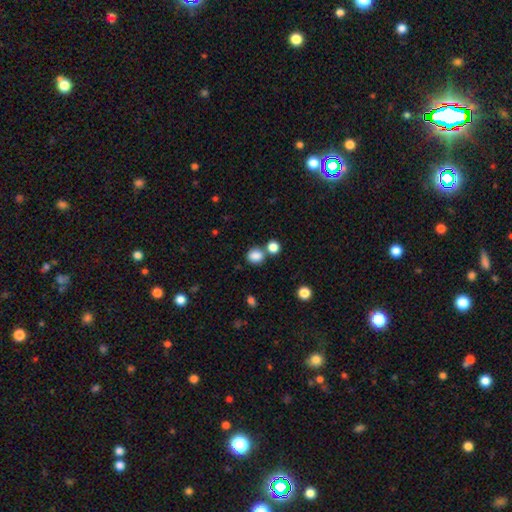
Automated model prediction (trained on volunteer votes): smooth_or_featured: smooth (p=0.85) [alt: star or artifact p=0.11]
how_rounded: round (p=0.68) [alt: in between p=0.31]
merging: none (p=0.65) [alt: merger p=0.22]